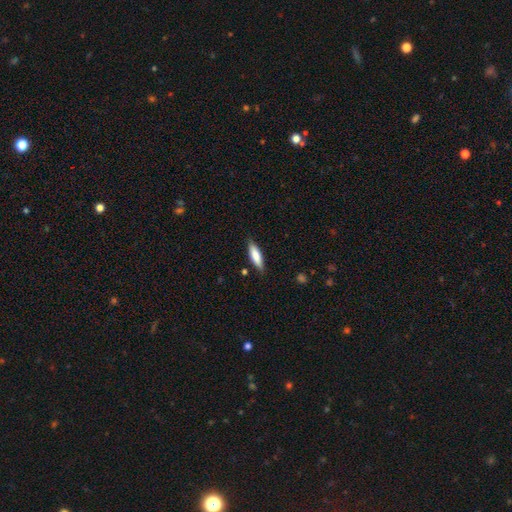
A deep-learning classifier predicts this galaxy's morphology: The model was most divided on "how rounded": cigar-shaped: 58%, in between: 40%, round: 2%. More confident: merging — none (84%); smooth or featured — smooth (78%).